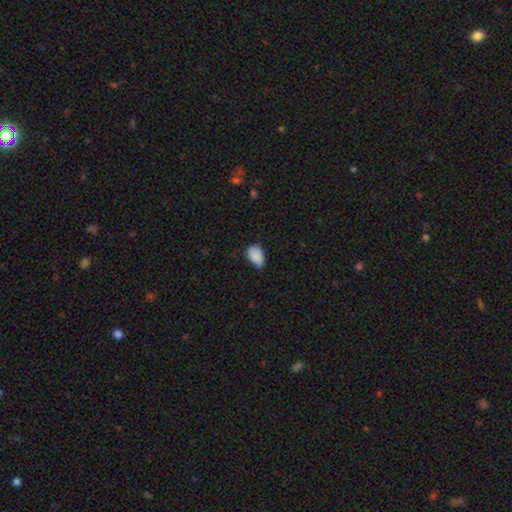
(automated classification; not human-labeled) A smooth galaxy with no disk features (85%) that is in between round and cigar-shaped (87%). Merging: none (50%).